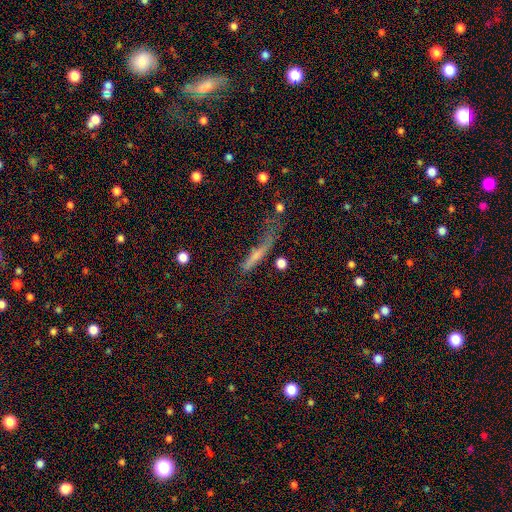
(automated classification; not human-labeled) Smooth or featured? Predicted: smooth (p=0.47). Merging? Predicted: none (p=0.36).